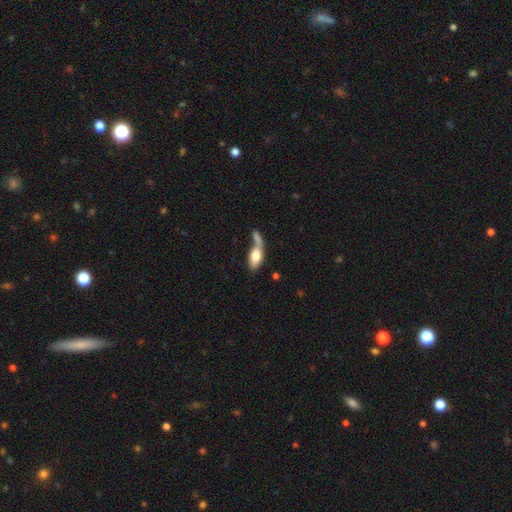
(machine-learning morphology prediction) Smooth or featured?
  - smooth: 70% *
  - featured or disk: 23%
  - star or artifact: 6%
How rounded?
  - in between: 79% *
  - cigar-shaped: 15%
  - round: 6%
Merging?
  - merger: 49% *
  - none: 26%
  - minor disturbance: 13%
  - major disturbance: 13%